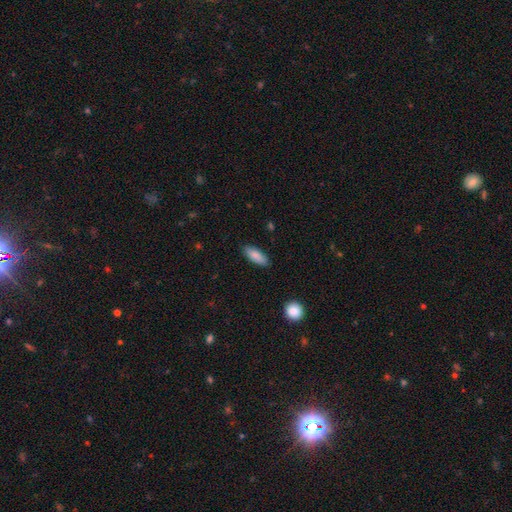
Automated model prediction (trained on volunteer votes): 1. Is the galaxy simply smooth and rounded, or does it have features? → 86% smooth, 8% featured or disk, 6% star or artifact.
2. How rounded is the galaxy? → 75% in between, 23% cigar-shaped, 2% round.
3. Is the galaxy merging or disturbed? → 87% none, 10% minor disturbance, 2% major disturbance, 1% merger.